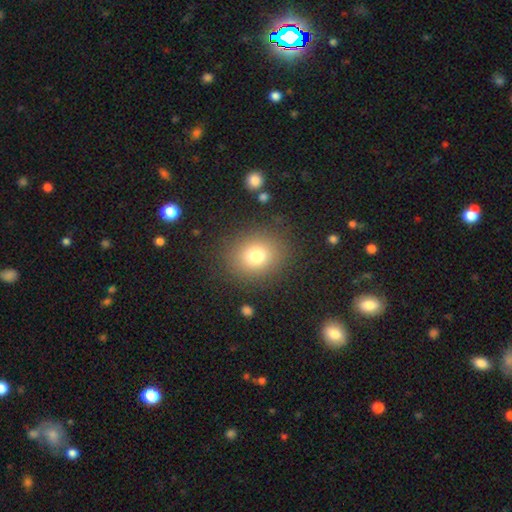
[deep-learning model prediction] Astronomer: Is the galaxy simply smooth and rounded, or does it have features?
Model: smooth — 76%.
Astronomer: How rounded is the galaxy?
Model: round — 76%.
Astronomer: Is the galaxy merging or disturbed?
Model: none — 86%.